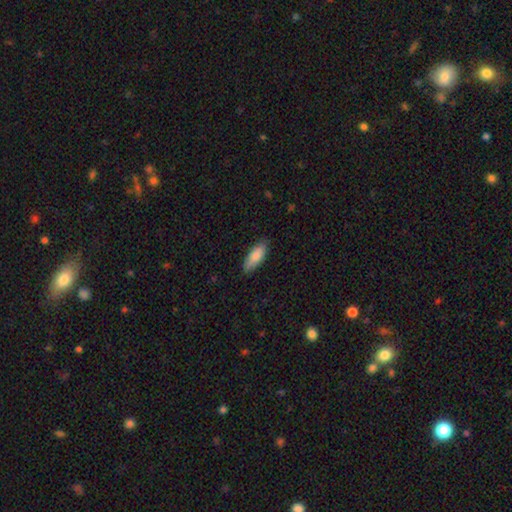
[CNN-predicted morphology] Smooth or featured? Predicted: smooth (p=0.83). How rounded? Predicted: in between (p=0.76). Merging? Predicted: none (p=0.82).